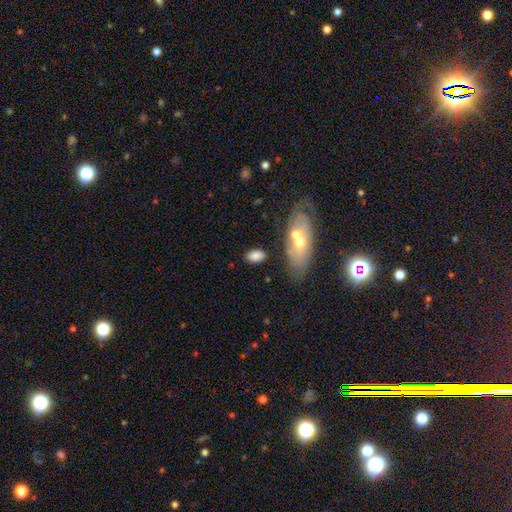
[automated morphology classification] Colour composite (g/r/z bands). It shows a smooth galaxy with no disk features (81%) that is in between round and cigar-shaped (89%). Merging: none (72%).